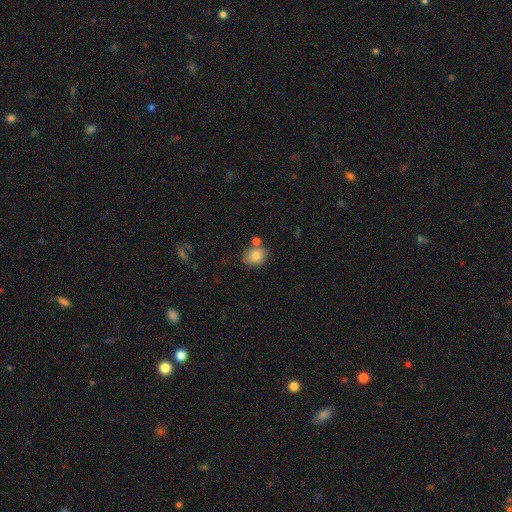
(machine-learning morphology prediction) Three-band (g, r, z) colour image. It shows a smooth galaxy with no disk features (82%) that is round (60%). Merging: none (68%).